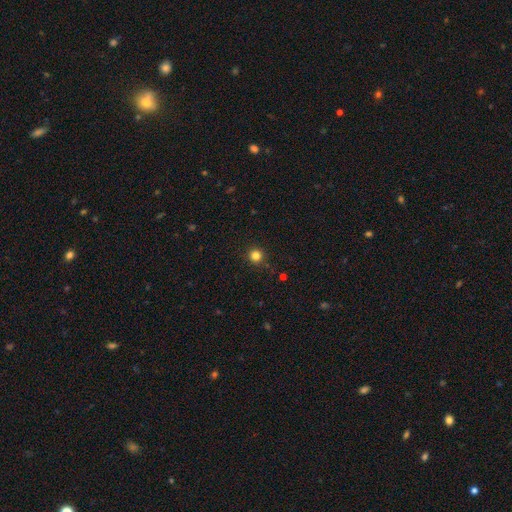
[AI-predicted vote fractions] smooth-or-featured: smooth: 82% | star or artifact: 14% | featured or disk: 4%
  how-rounded: round: 95% | in between: 4% | cigar-shaped: 1%
  merging: none: 91% | minor disturbance: 6% | major disturbance: 2% | merger: 1%